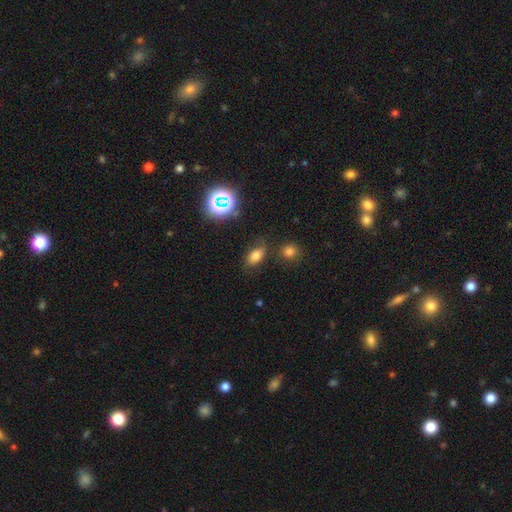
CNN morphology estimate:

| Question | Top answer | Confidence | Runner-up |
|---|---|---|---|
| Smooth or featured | smooth | 72% | star or artifact (18%) |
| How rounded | in between | 85% | round (10%) |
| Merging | none | 75% | minor disturbance (16%) |